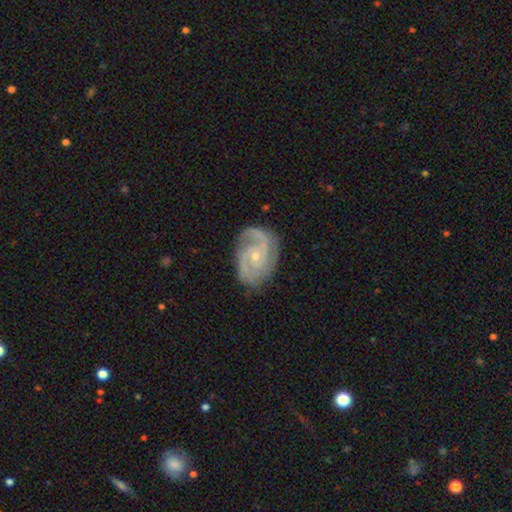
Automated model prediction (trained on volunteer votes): Smooth or featured? Predicted: featured or disk (p=0.91). Edge-on disk? Predicted: no (p=0.98). Bar? Predicted: no (p=0.64). Spiral arms? Predicted: yes (p=0.98). Spiral winding? Predicted: tight (p=0.48). Spiral arm count? Predicted: 2 (p=0.65). Bulge size? Predicted: small (p=0.69). Merging? Predicted: none (p=0.78).